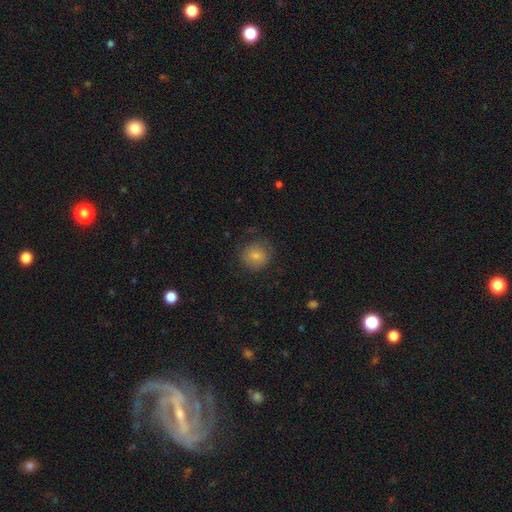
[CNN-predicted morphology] type=smooth (78%); roundness=round (87%); merging=none (74%).